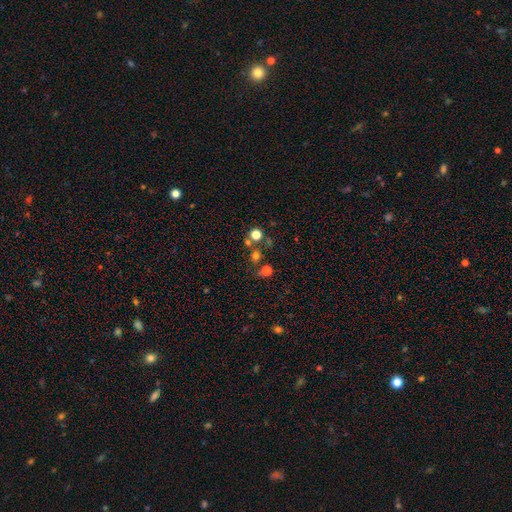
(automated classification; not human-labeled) This is likely a smooth galaxy (66%). How rounded: clearly round (86%). Merging: likely none (65%).